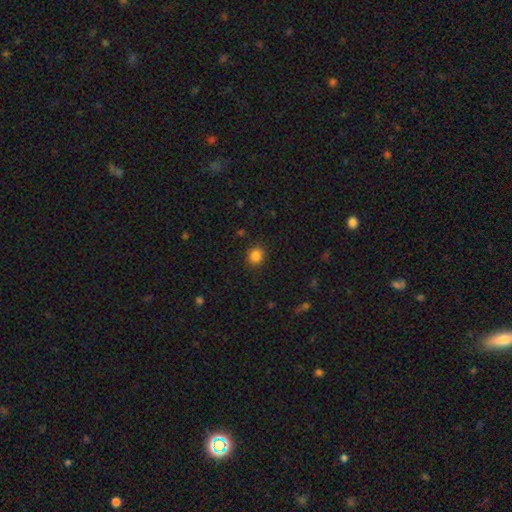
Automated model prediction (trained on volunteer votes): The model was most divided on "how rounded": round: 81%, in between: 18%, cigar-shaped: 1%. More confident: merging — none (89%); smooth or featured — smooth (85%).